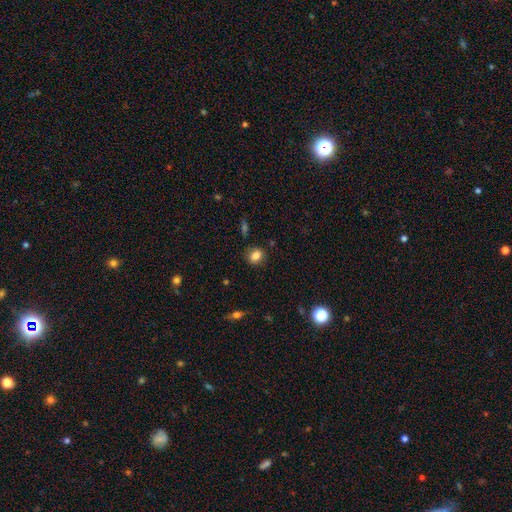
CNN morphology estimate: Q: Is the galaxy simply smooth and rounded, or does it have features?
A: smooth — 83%.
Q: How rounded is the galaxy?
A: round — 58%.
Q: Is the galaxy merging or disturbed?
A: none — 83%.